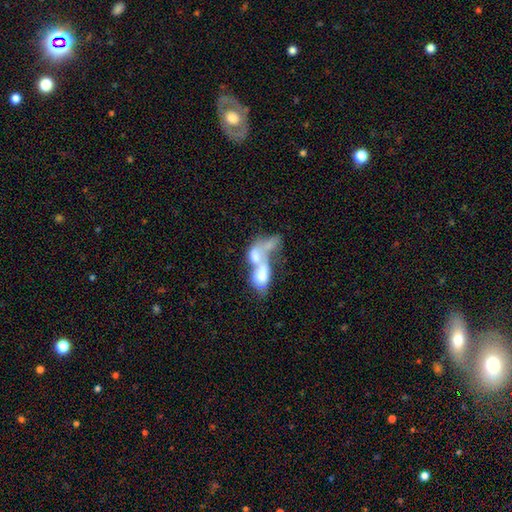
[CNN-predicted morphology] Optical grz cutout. It shows a smooth galaxy with no disk features (54%) that is in between round and cigar-shaped (80%). Merging: merger (80%).